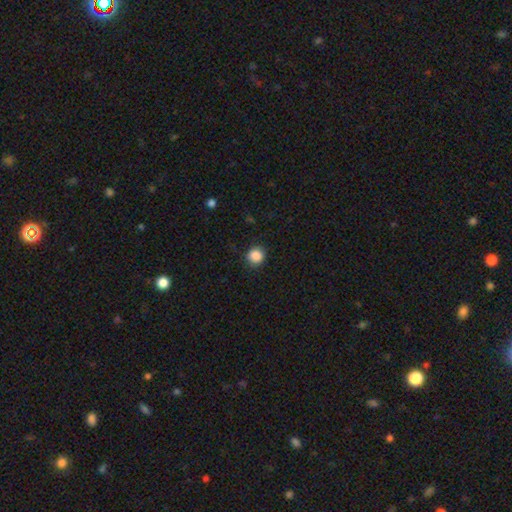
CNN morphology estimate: smooth_or_featured: smooth (p=0.87) [alt: star or artifact p=0.10]
how_rounded: round (p=0.86) [alt: in between p=0.13]
merging: none (p=0.86) [alt: minor disturbance p=0.10]